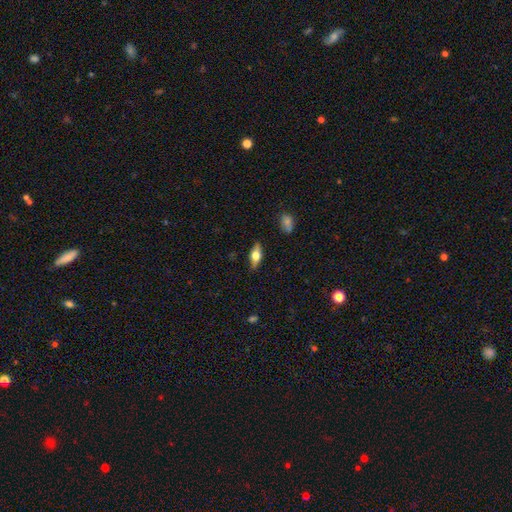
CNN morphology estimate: Smooth or featured: smooth — 48% (featured or disk — 45%)
Merging: none — 84% (minor disturbance — 12%)